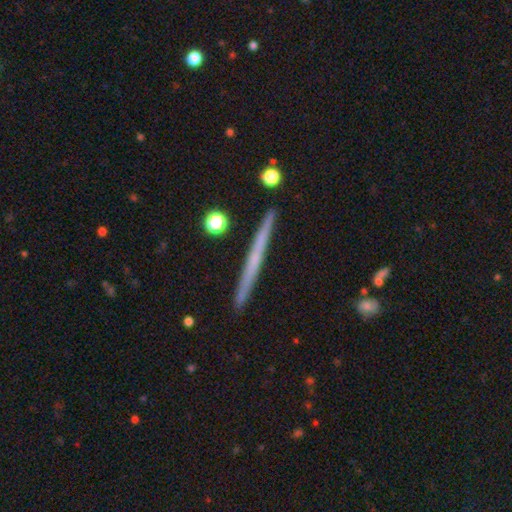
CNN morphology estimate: type=featured or disk (55%); edge-on=yes (98%); edge-on bulge=none (82%); merging=none (92%).